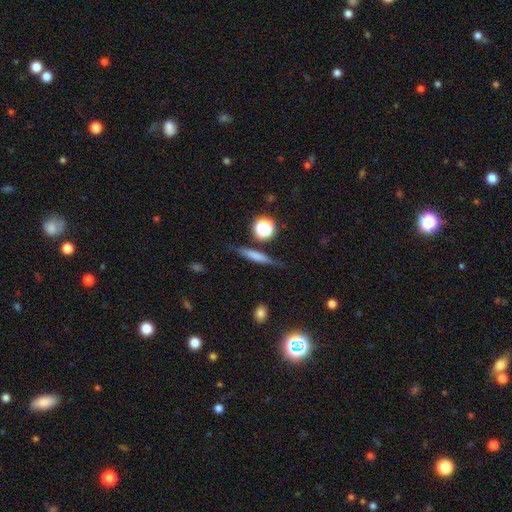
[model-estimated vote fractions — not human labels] Smooth or featured? Predicted: smooth (p=0.54). How rounded? Predicted: cigar-shaped (p=0.82). Merging? Predicted: none (p=0.79).